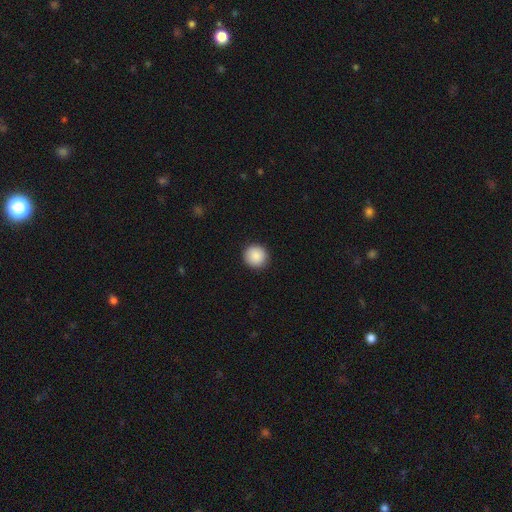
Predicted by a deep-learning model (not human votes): A smooth galaxy with no disk features (89%) that is round (94%).

Vote fractions:
- Smooth or featured? smooth: 89% / star or artifact: 8% / featured or disk: 4%
- How rounded? round: 94% / in between: 5% / cigar-shaped: 1%
- Merging? none: 92% / minor disturbance: 5% / major disturbance: 2% / merger: 1%